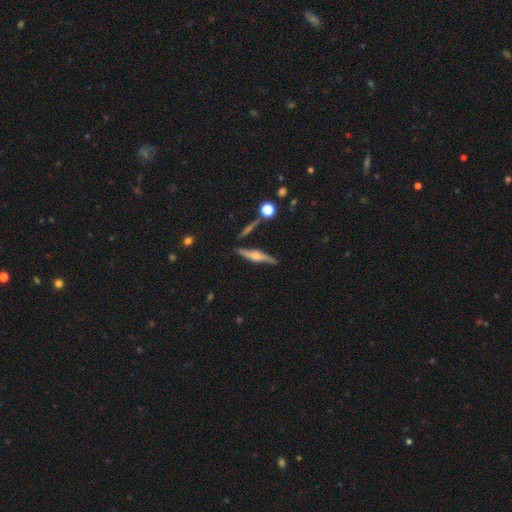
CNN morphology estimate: featured or disk 71%, smooth 22%, star or artifact 7%. Down the decision tree: edge-on disk — yes (95%); edge-on bulge — rounded (89%); merging — none (83%).